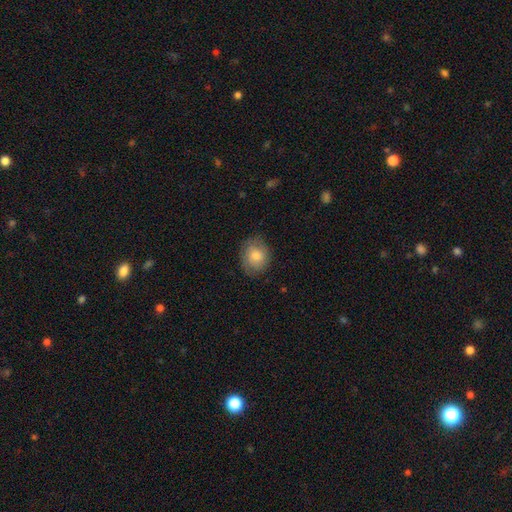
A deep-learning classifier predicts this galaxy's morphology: smooth_or_featured: smooth (p=0.75) [alt: featured or disk p=0.17]
how_rounded: round (p=0.62) [alt: in between p=0.37]
merging: none (p=0.78) [alt: minor disturbance p=0.17]